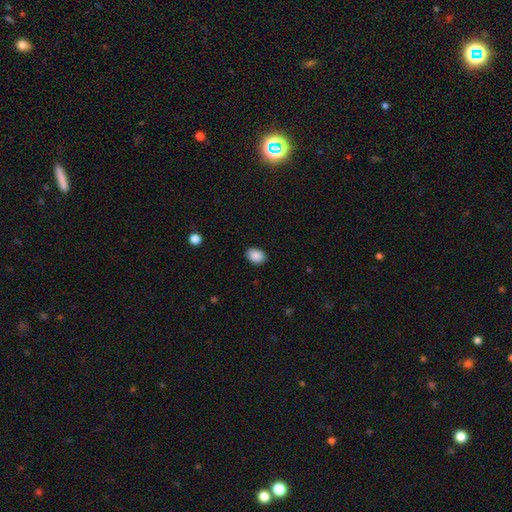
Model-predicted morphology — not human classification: smooth-or-featured: smooth: 89% | star or artifact: 8% | featured or disk: 3%
  how-rounded: in between: 70% | round: 29% | cigar-shaped: 1%
  merging: none: 89% | minor disturbance: 8% | major disturbance: 2% | merger: 1%